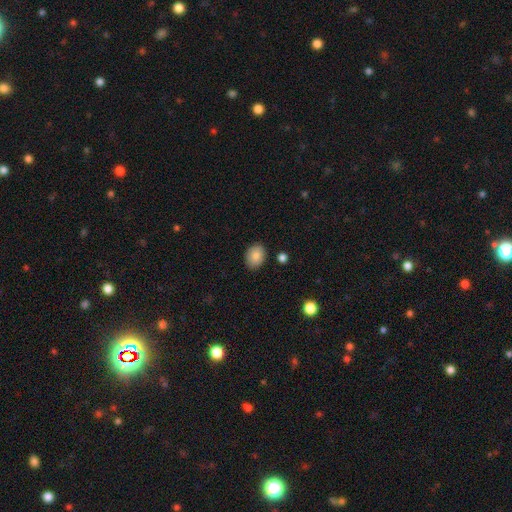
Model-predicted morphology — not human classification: Smooth or featured: smooth — 84% (featured or disk — 8%)
How rounded: in between — 62% (round — 37%)
Merging: none — 86% (minor disturbance — 10%)